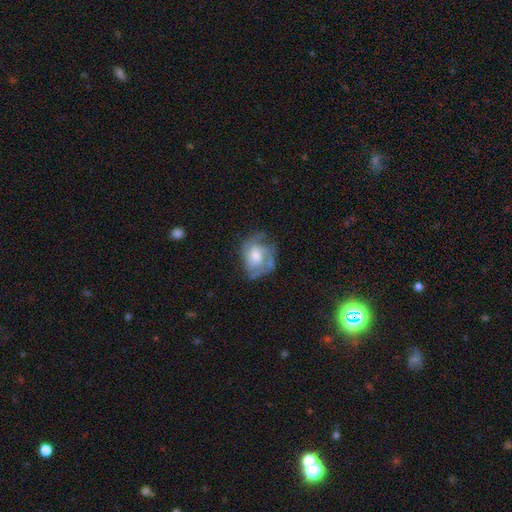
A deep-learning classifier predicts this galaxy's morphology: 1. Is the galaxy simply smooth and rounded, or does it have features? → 72% featured or disk, 21% smooth, 7% star or artifact.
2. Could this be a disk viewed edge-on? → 97% no, 3% yes.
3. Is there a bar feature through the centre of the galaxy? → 62% no, 32% weak, 6% strong.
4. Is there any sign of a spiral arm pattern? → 88% yes, 12% no.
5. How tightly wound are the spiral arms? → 44% tight, 42% medium, 14% loose.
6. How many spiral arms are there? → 34% 2, 26% can't tell, 25% 3, 6% 1, 5% 4, 3% more than 4.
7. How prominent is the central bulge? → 51% moderate, 21% small, 18% large, 7% none, 2% dominant.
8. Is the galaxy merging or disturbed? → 57% none, 24% minor disturbance, 17% major disturbance, 2% merger.